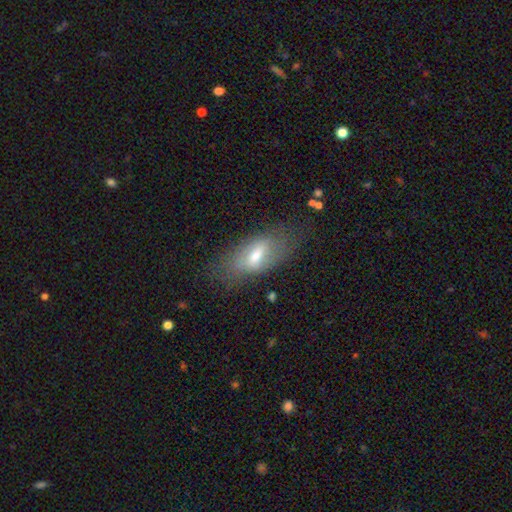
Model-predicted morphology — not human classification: Smooth or featured? Predicted: smooth (p=0.51). How rounded? Predicted: in between (p=0.76). Merging? Predicted: none (p=0.69).